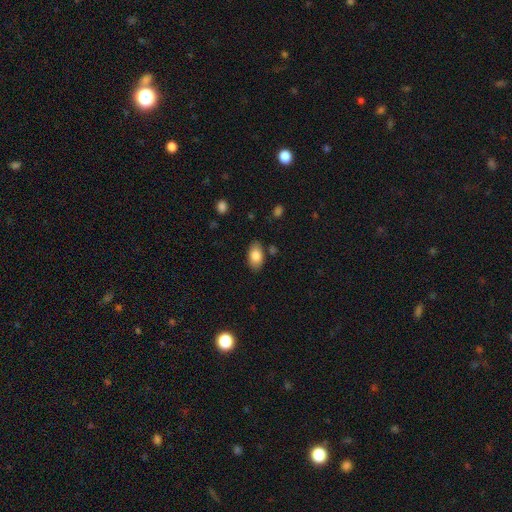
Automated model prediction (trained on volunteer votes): smooth-or-featured: smooth: 83% | featured or disk: 10% | star or artifact: 7%
  how-rounded: in between: 93% | round: 6% | cigar-shaped: 2%
  merging: none: 82% | minor disturbance: 13% | major disturbance: 3% | merger: 3%